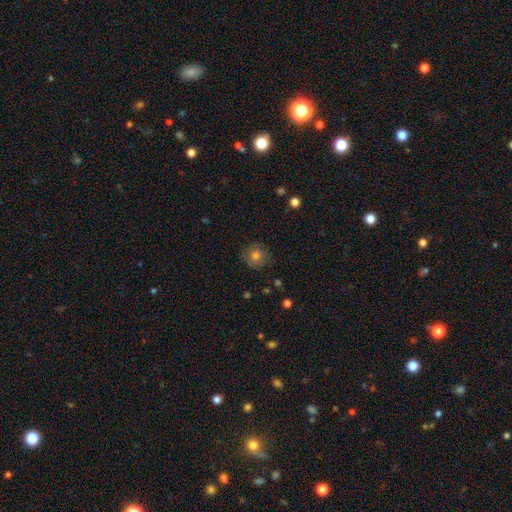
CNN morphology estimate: smooth_or_featured: smooth (p=0.72) [alt: featured or disk p=0.17]
how_rounded: round (p=0.90) [alt: in between p=0.09]
merging: none (p=0.83) [alt: minor disturbance p=0.12]